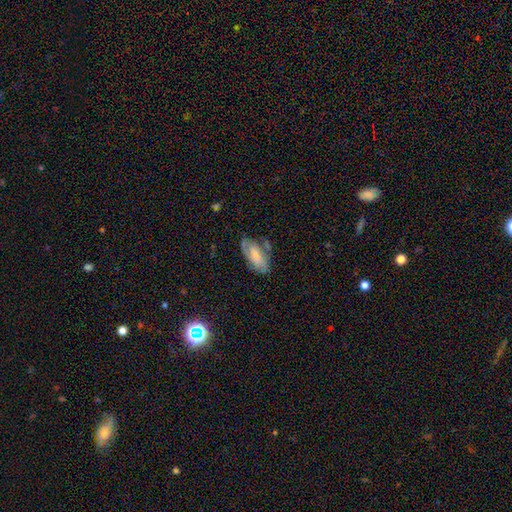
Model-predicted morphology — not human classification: Overall: smooth (52%; featured or disk 41%). How rounded: in between (89%). Merging: none (57%; minor disturbance 27%).